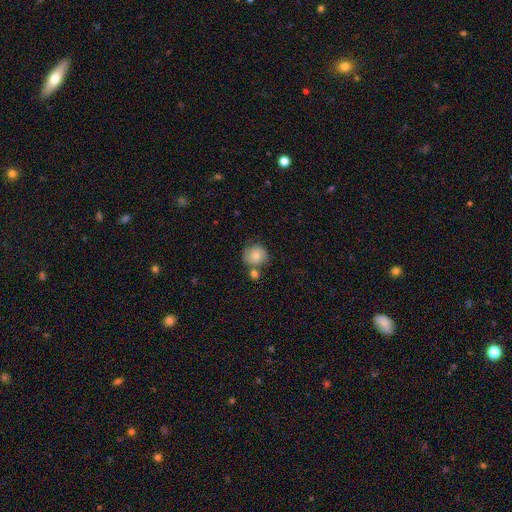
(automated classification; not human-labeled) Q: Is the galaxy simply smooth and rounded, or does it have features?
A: smooth — 66%.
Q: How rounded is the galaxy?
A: round — 83%.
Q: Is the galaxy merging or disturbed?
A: none — 57%.